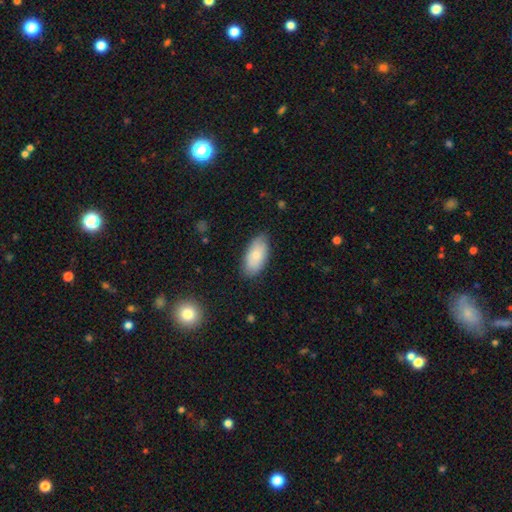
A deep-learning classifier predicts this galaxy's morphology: Overall: smooth (77%). How rounded: in between (93%). Merging: none (79%).